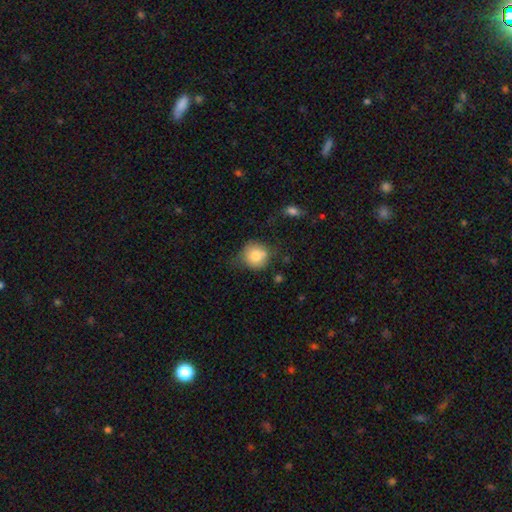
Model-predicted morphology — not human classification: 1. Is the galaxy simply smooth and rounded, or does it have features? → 77% smooth, 13% featured or disk, 9% star or artifact.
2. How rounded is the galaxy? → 88% round, 11% in between, 1% cigar-shaped.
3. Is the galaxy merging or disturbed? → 61% none, 26% minor disturbance, 9% major disturbance, 4% merger.